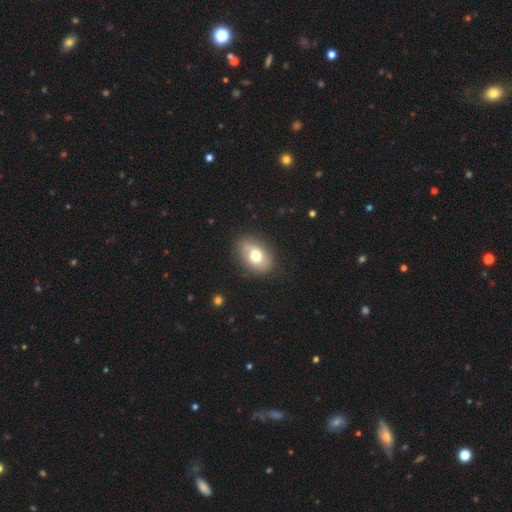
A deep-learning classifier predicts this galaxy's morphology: A smooth galaxy with no disk features (74%) that is in between round and cigar-shaped (84%).

Vote fractions:
- Smooth or featured? smooth: 74% / featured or disk: 18% / star or artifact: 8%
- How rounded? in between: 84% / round: 15% / cigar-shaped: 1%
- Merging? none: 80% / minor disturbance: 14% / major disturbance: 4% / merger: 2%